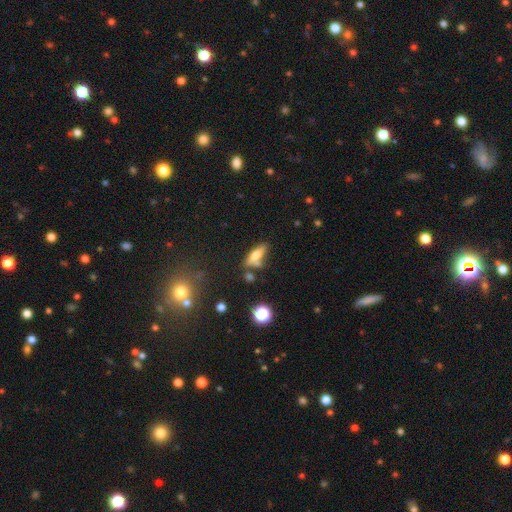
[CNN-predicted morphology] smooth-or-featured: smooth: 63% | featured or disk: 25% | star or artifact: 12%
  how-rounded: in between: 59% | cigar-shaped: 37% | round: 4%
  merging: none: 49% | minor disturbance: 21% | merger: 21% | major disturbance: 9%